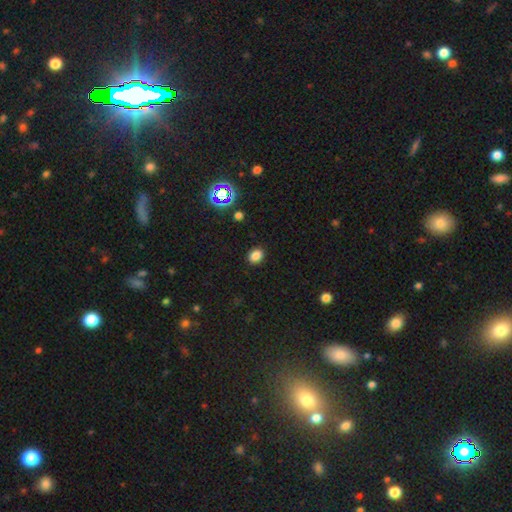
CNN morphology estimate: Smooth or featured? smooth (82%)
How rounded? in between (56%)
Merging? none (89%)